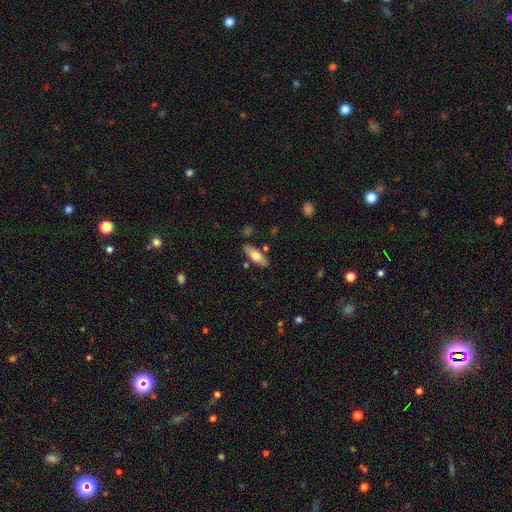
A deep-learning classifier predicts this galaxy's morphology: This appears to be a smooth galaxy with no disk features (70%) that is in between round and cigar-shaped (68%). Merging: none (81%).